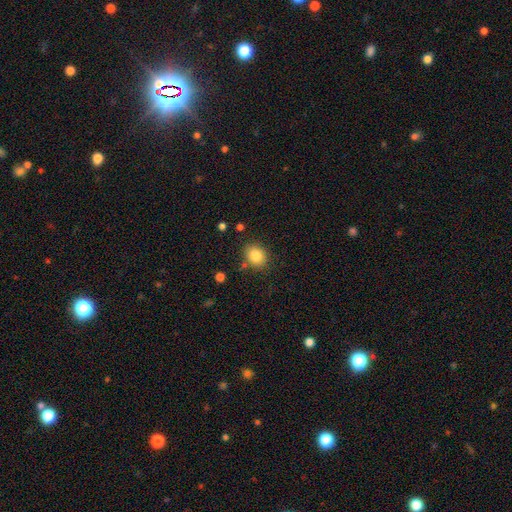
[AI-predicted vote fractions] Smooth or featured? Predicted: smooth (p=0.85). How rounded? Predicted: round (p=0.54). Merging? Predicted: none (p=0.81).